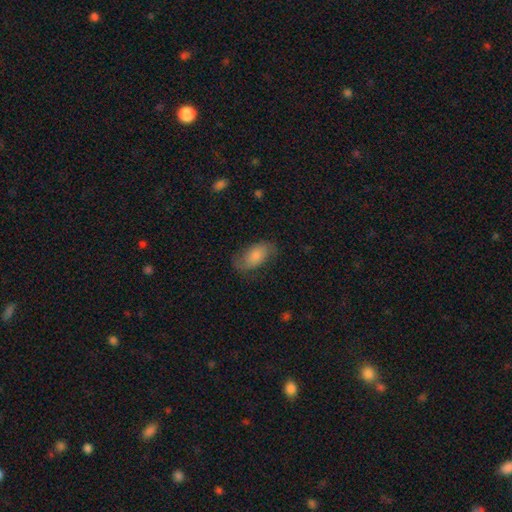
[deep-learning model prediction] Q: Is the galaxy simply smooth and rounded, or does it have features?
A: smooth — 63%.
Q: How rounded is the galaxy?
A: in between — 91%.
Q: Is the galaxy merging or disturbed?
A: none — 72%.